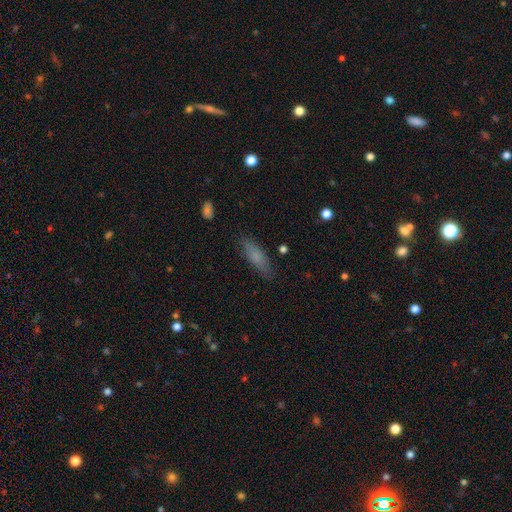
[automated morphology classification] A smooth galaxy with no disk features (74%) that is cigar-shaped (54%).

Vote fractions:
- Smooth or featured? smooth: 74% / featured or disk: 18% / star or artifact: 8%
- How rounded? cigar-shaped: 54% / in between: 44% / round: 2%
- Merging? none: 83% / minor disturbance: 13% / major disturbance: 3% / merger: 1%